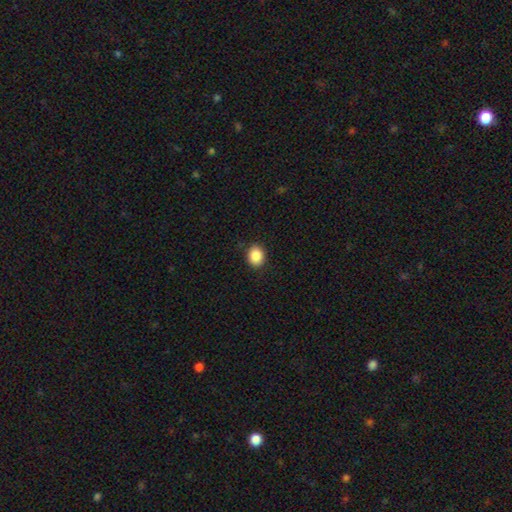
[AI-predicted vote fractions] smooth 88%, star or artifact 9%, featured or disk 4%. Down the decision tree: how rounded — round (54%); merging — none (89%).